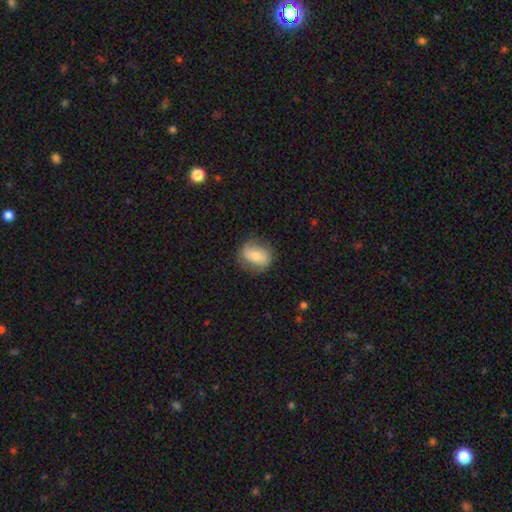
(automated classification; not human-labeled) This appears to be a smooth galaxy with no disk features (62%) that is in between round and cigar-shaped (57%). Merging: none (78%).